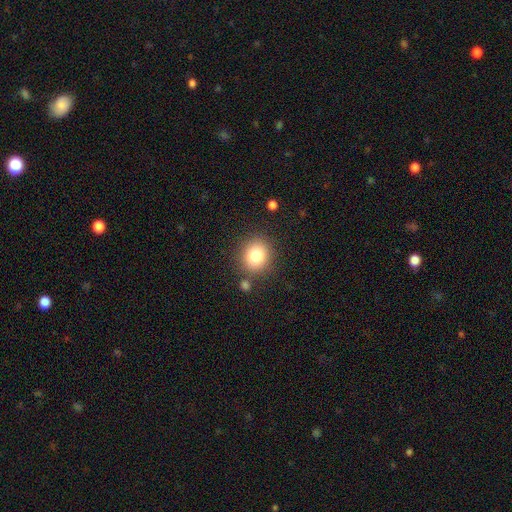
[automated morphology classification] Q: Smooth or featured?
A: smooth (82%); runner-up: star or artifact (10%)
Q: How rounded?
A: round (80%); runner-up: in between (20%)
Q: Merging?
A: none (82%); runner-up: minor disturbance (9%)